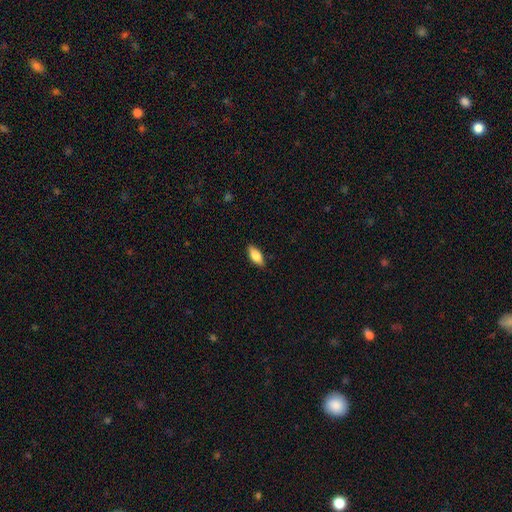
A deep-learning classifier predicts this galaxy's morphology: Q: Smooth or featured?
A: smooth (78%); runner-up: featured or disk (16%)
Q: How rounded?
A: in between (81%); runner-up: cigar-shaped (17%)
Q: Merging?
A: none (88%); runner-up: minor disturbance (10%)